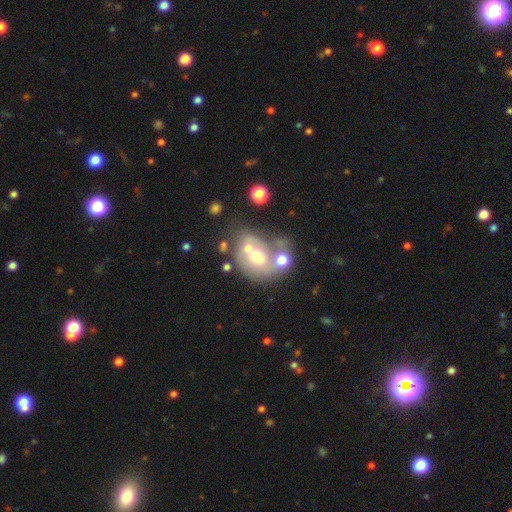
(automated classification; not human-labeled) Overall: featured or disk (45%; smooth 44%). Merging: merger (54%; none 22%).